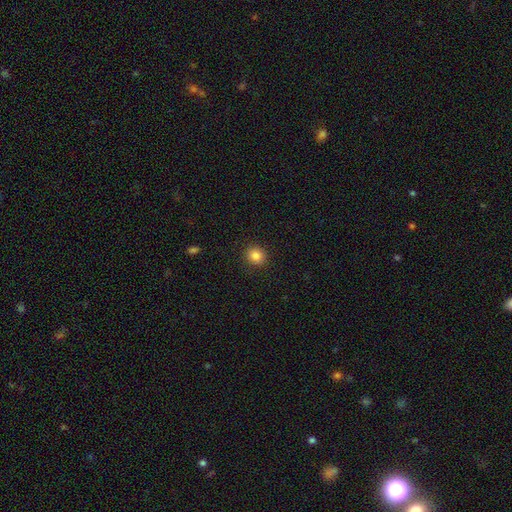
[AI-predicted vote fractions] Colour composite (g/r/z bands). It shows a smooth galaxy with no disk features (85%) that is round (85%). Merging: none (91%).